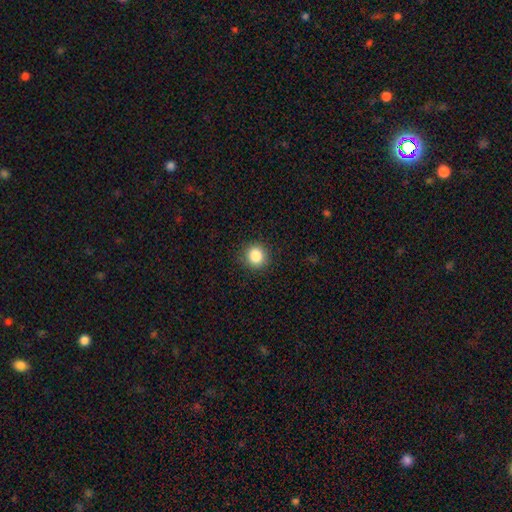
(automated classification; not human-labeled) Smooth or featured: smooth — 86% (star or artifact — 10%)
How rounded: round — 86% (in between — 13%)
Merging: none — 90% (minor disturbance — 7%)